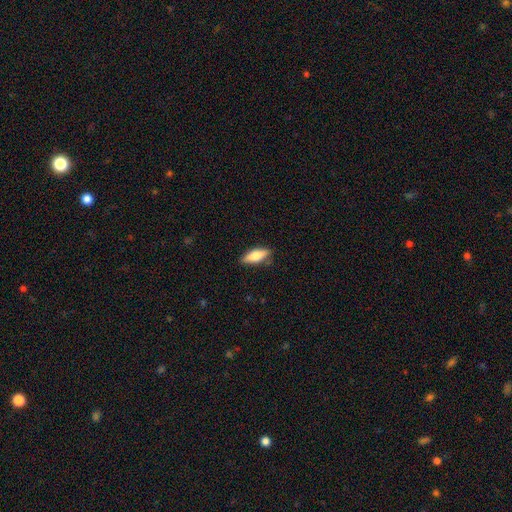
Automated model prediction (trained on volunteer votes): Morphology: type=smooth (65%); roundness=in between (60%); merging=none (84%).